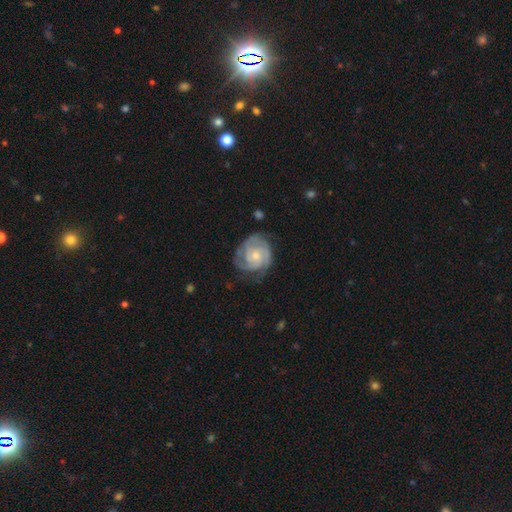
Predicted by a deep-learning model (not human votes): This is clearly a featured or disk galaxy (87%). It is clearly not viewed edge-on (98%). Bar: likely no (74%). Spiral arm pattern: clearly yes (97%). Spiral arm count: marginally 3 (43%). Spiral winding: likely tight (67%). Central bulge: possibly small (59%). Merging: likely none (69%).